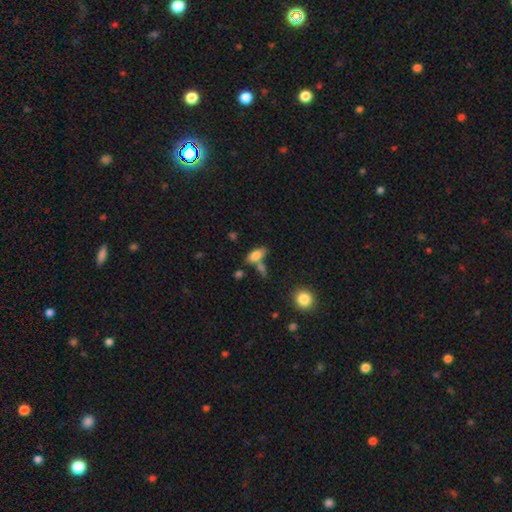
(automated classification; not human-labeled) Smooth or featured?
  - smooth: 78% *
  - featured or disk: 14%
  - star or artifact: 9%
How rounded?
  - in between: 81% *
  - cigar-shaped: 16%
  - round: 4%
Merging?
  - none: 52% *
  - merger: 26%
  - minor disturbance: 16%
  - major disturbance: 7%